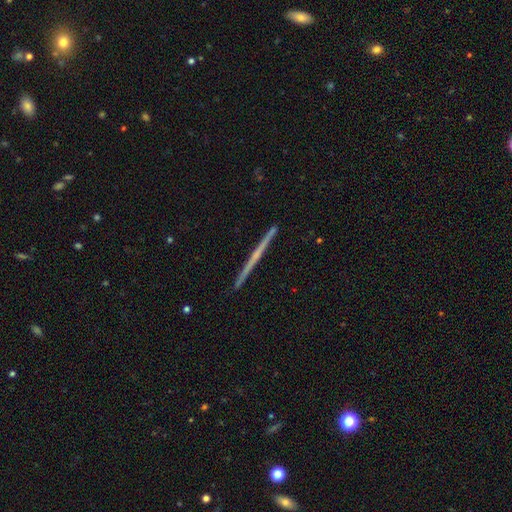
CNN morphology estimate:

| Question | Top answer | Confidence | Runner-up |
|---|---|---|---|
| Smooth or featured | featured or disk | 67% | smooth (27%) |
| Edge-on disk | yes | 98% | no (2%) |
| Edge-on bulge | none | 79% | rounded (16%) |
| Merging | none | 93% | minor disturbance (4%) |